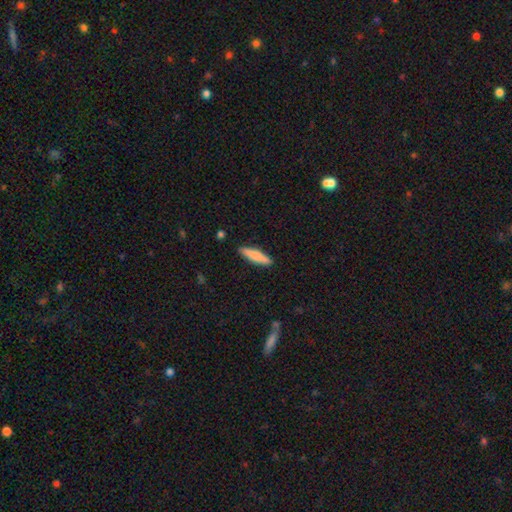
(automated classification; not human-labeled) smooth 79%, featured or disk 15%, star or artifact 5%. Down the decision tree: how rounded — cigar-shaped (82%); merging — none (90%).